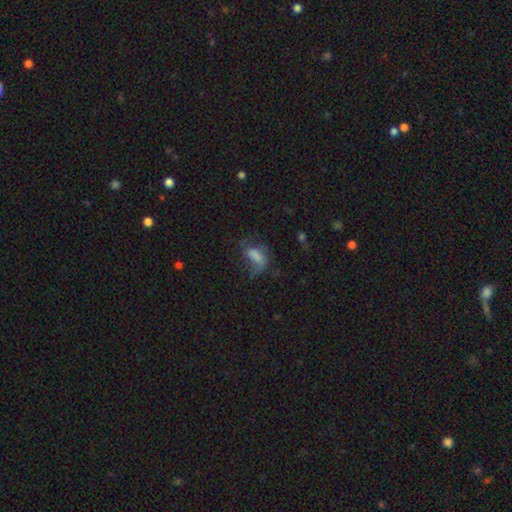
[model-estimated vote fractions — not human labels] A smooth galaxy with no disk features (49%). Merging: major disturbance (43%).